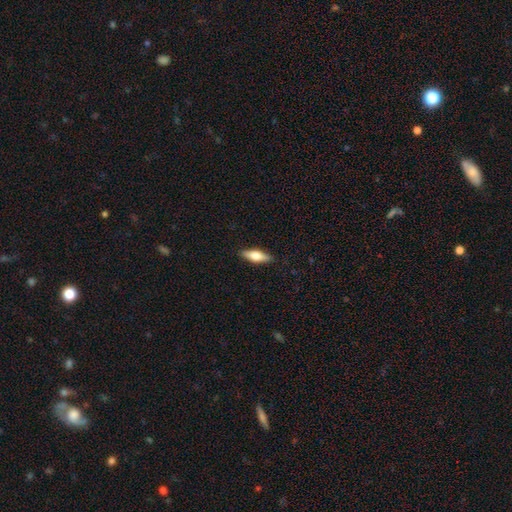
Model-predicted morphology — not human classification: type=smooth (64%); roundness=in between (53%); merging=none (89%).